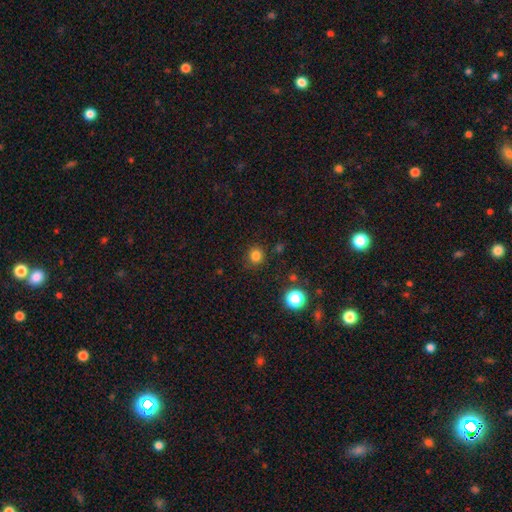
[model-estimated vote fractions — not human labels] smooth_or_featured: smooth (p=0.81) [alt: star or artifact p=0.15]
how_rounded: round (p=0.90) [alt: in between p=0.09]
merging: none (p=0.87) [alt: minor disturbance p=0.08]